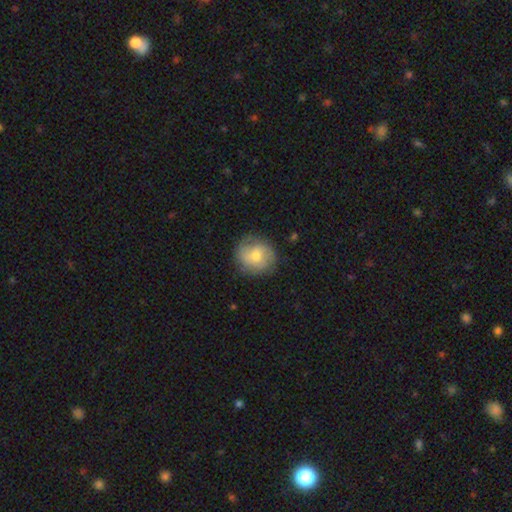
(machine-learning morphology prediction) type=smooth (57%); roundness=round (85%); merging=none (77%).